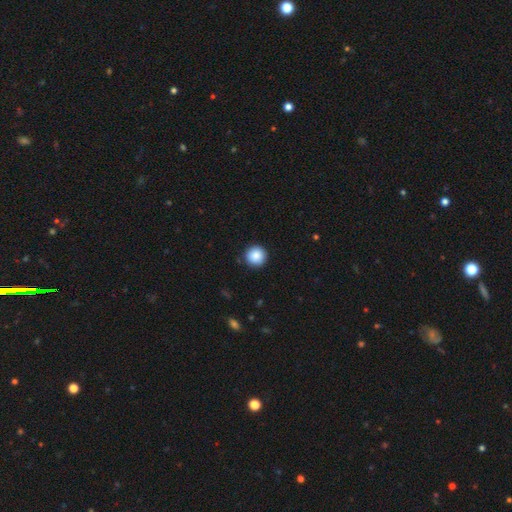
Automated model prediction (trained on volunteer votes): smooth-or-featured: smooth: 87% | star or artifact: 9% | featured or disk: 4%
  how-rounded: round: 96% | in between: 3% | cigar-shaped: 1%
  merging: none: 91% | minor disturbance: 6% | major disturbance: 2% | merger: 1%